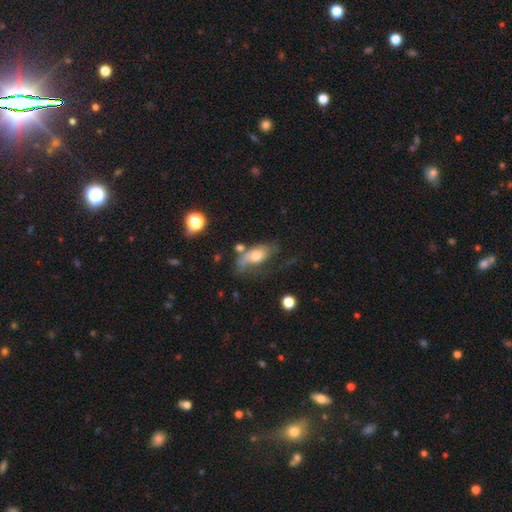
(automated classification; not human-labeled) A smooth galaxy with no disk features (56%) that is in between round and cigar-shaped (82%). Merging: none (35%).